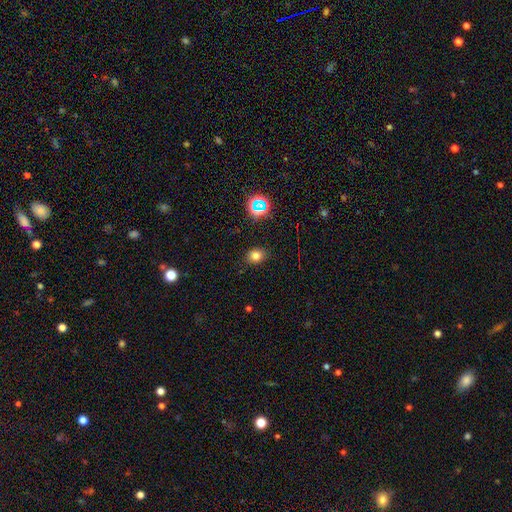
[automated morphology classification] smooth 75%, star or artifact 18%, featured or disk 7%. Down the decision tree: how rounded — round (51%); merging — none (85%).